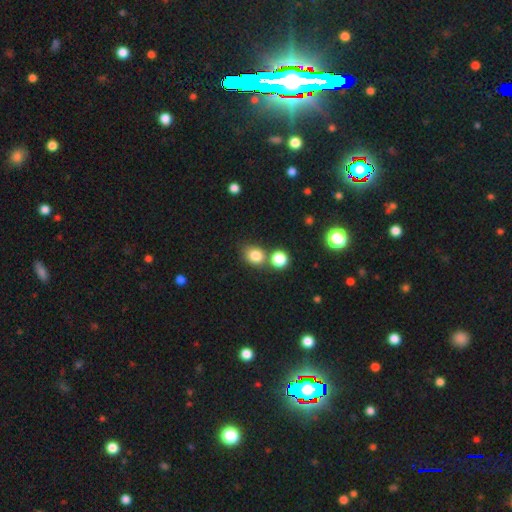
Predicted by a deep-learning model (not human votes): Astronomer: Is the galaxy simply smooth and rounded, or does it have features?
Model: smooth — 81%.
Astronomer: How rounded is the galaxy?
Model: round — 59% (runner-up: in between, 39%).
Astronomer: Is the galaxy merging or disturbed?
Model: none — 60%.